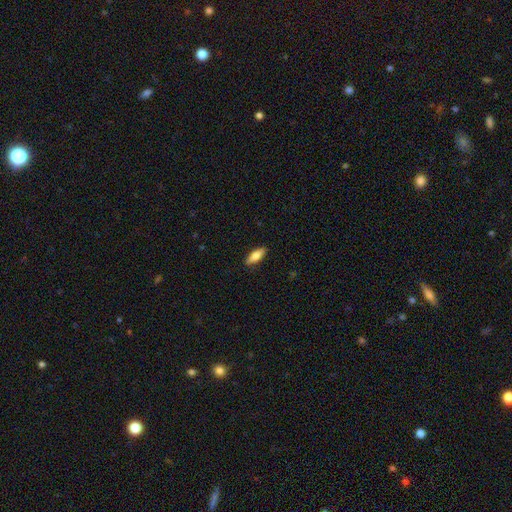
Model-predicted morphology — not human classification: smooth_or_featured: smooth (p=0.70) [alt: featured or disk p=0.24]
how_rounded: in between (p=0.59) [alt: cigar-shaped p=0.39]
merging: none (p=0.88) [alt: minor disturbance p=0.09]